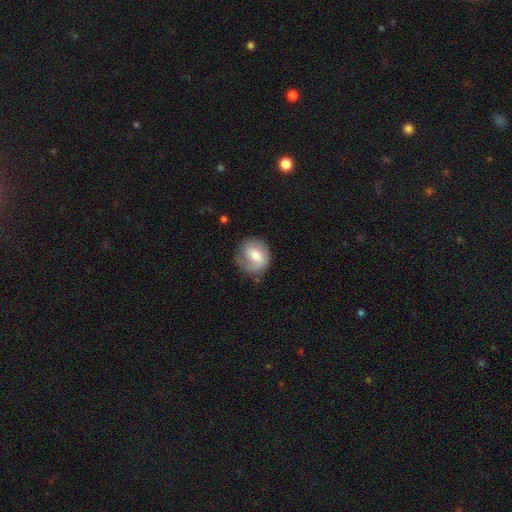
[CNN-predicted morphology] Smooth or featured: smooth — 48% (featured or disk — 45%)
Merging: none — 68% (minor disturbance — 21%)